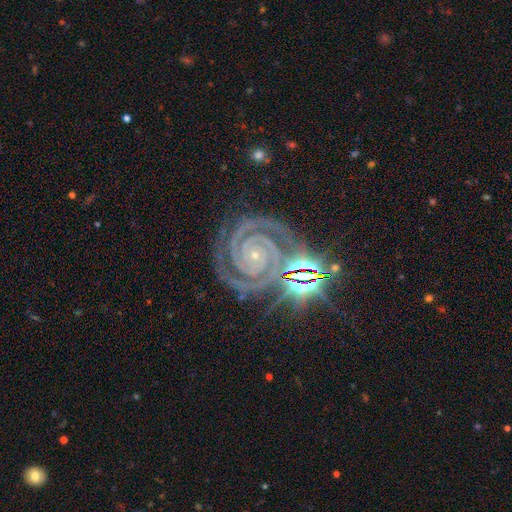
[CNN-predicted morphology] Smooth or featured? Predicted: featured or disk (p=0.90). Edge-on disk? Predicted: no (p=0.98). Bar? Predicted: no (p=0.72). Spiral arms? Predicted: yes (p=0.99). Spiral winding? Predicted: tight (p=0.88). Spiral arm count? Predicted: 2 (p=0.66). Bulge size? Predicted: small (p=0.87). Merging? Predicted: none (p=0.80).